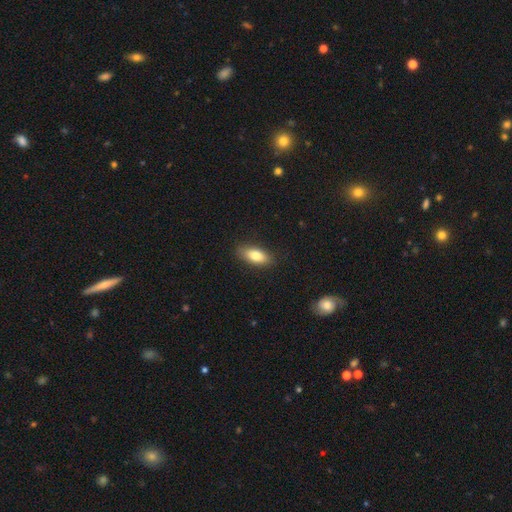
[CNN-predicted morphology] A smooth galaxy with no disk features (80%) that is in between round and cigar-shaped (84%). Merging: none (86%).